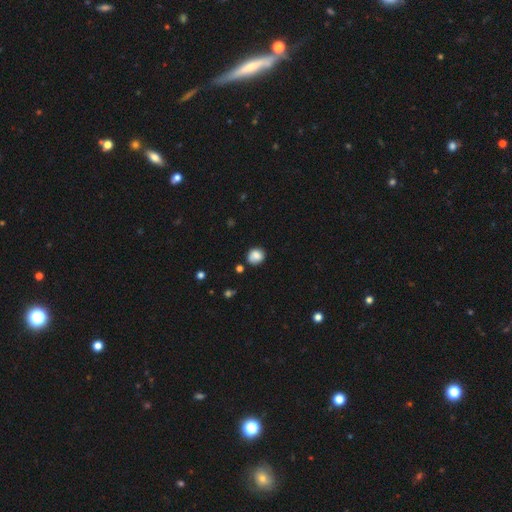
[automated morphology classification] Smooth or featured? Predicted: smooth (p=0.83). How rounded? Predicted: round (p=0.76). Merging? Predicted: none (p=0.80).